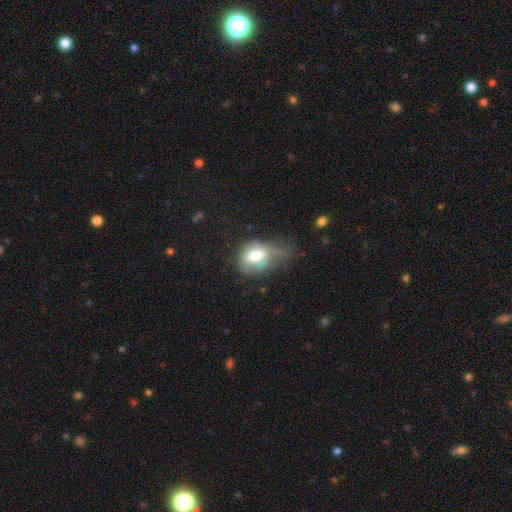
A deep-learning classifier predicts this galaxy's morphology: The model was most divided on "merging": major disturbance: 39%, minor disturbance: 34%, none: 23%, merger: 4%. More confident: how rounded — in between (73%); smooth or featured — smooth (67%).